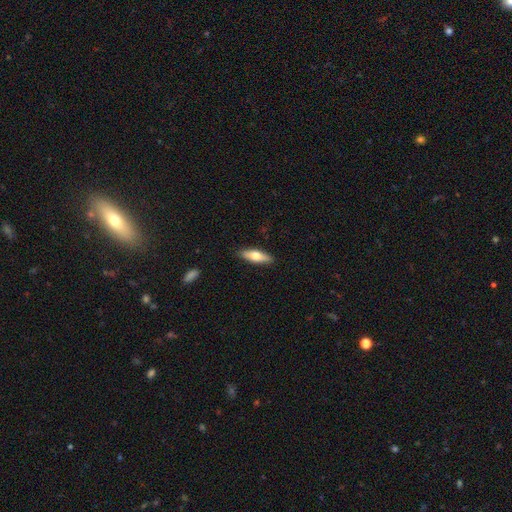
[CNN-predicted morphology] smooth 59%, featured or disk 36%, star or artifact 6%. Down the decision tree: how rounded — cigar-shaped (50%); merging — none (88%).